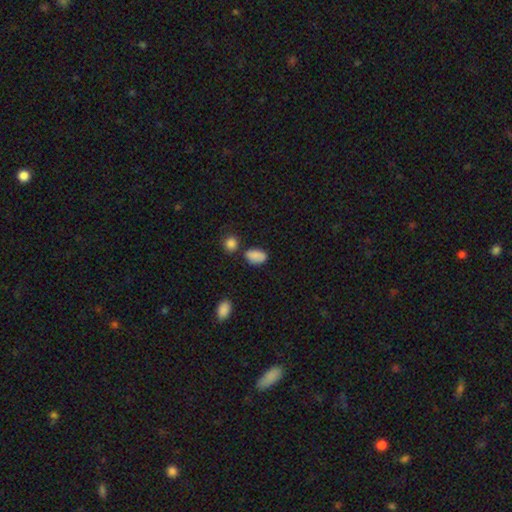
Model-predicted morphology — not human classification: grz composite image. It shows a smooth galaxy with no disk features (83%) that is in between round and cigar-shaped (88%). Merging: none (68%).